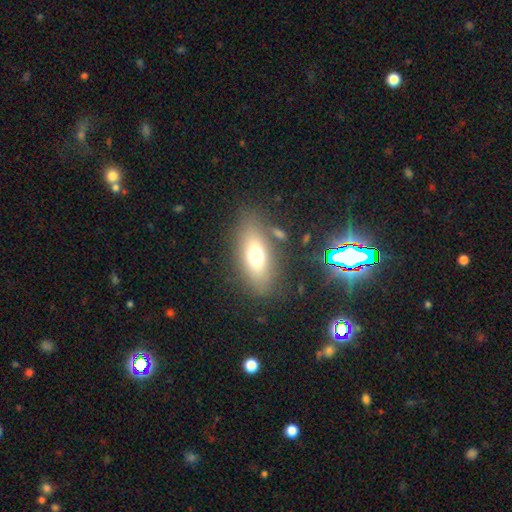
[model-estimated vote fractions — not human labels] A smooth galaxy with no disk features (66%) that is in between round and cigar-shaped (77%).

Vote fractions:
- Smooth or featured? smooth: 66% / featured or disk: 23% / star or artifact: 11%
- How rounded? in between: 77% / cigar-shaped: 17% / round: 6%
- Merging? none: 77% / minor disturbance: 13% / major disturbance: 6% / merger: 5%